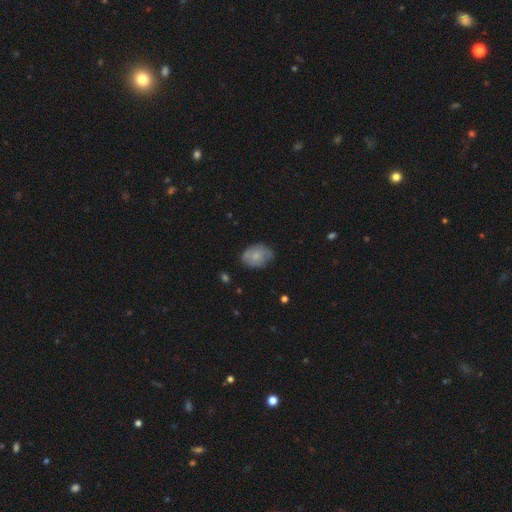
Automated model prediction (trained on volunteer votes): Morphology: type=smooth (68%); roundness=in between (74%); merging=none (68%).